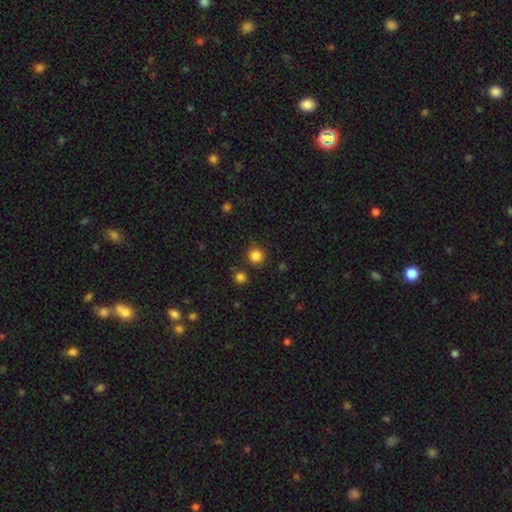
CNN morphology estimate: type=smooth (84%); roundness=round (94%); merging=none (86%).